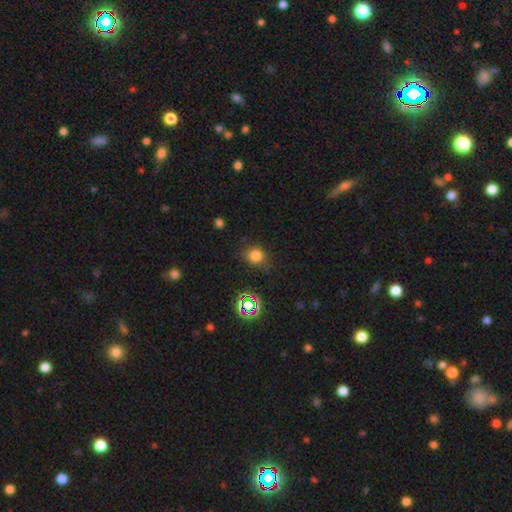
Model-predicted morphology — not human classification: A smooth galaxy with no disk features (75%) that is round (76%). Merging: none (76%).